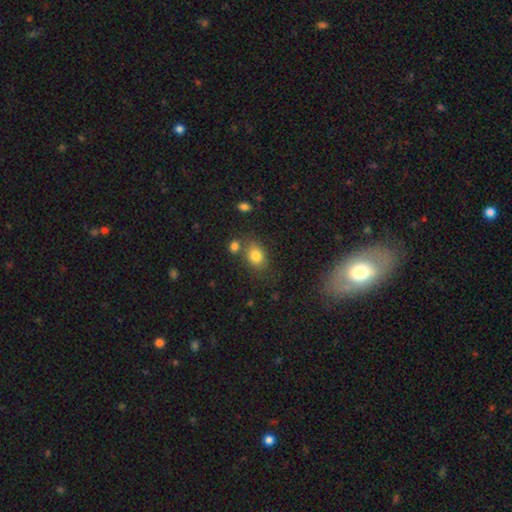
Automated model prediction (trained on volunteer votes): Smooth or featured?
  - smooth: 82% *
  - star or artifact: 10%
  - featured or disk: 9%
How rounded?
  - in between: 69% *
  - round: 30%
  - cigar-shaped: 1%
Merging?
  - none: 64% *
  - merger: 16%
  - minor disturbance: 15%
  - major disturbance: 5%